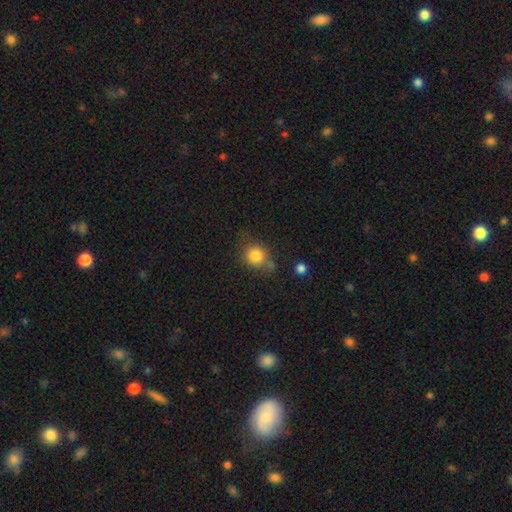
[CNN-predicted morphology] Overall: smooth (81%). How rounded: round (76%). Merging: none (59%; minor disturbance 23%).